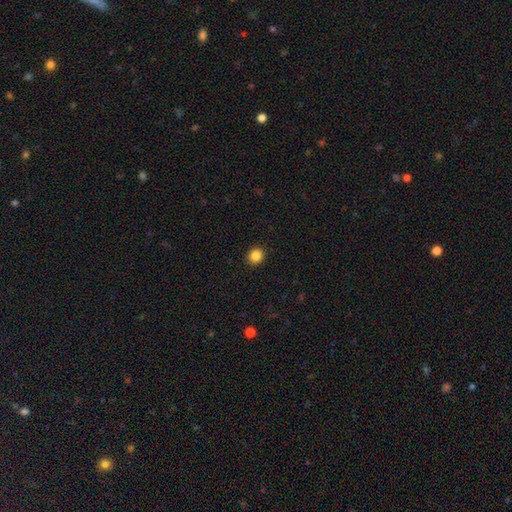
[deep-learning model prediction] A smooth galaxy with no disk features (85%) that is round (85%).

Vote fractions:
- Smooth or featured? smooth: 85% / star or artifact: 11% / featured or disk: 4%
- How rounded? round: 85% / in between: 14% / cigar-shaped: 1%
- Merging? none: 92% / minor disturbance: 5% / major disturbance: 2% / merger: 1%